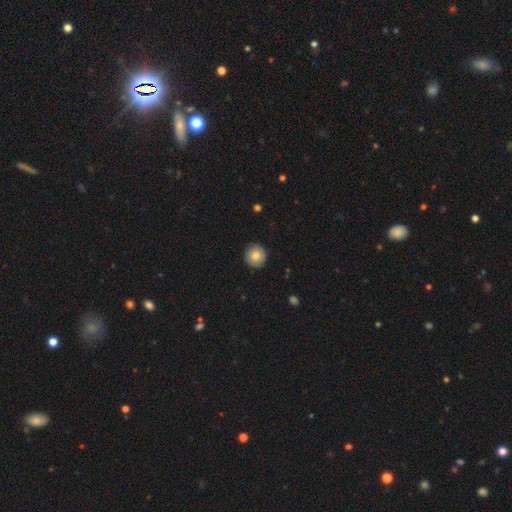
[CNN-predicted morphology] smooth_or_featured: smooth (p=0.78) [alt: featured or disk p=0.14]
how_rounded: round (p=0.94) [alt: in between p=0.05]
merging: none (p=0.88) [alt: minor disturbance p=0.09]